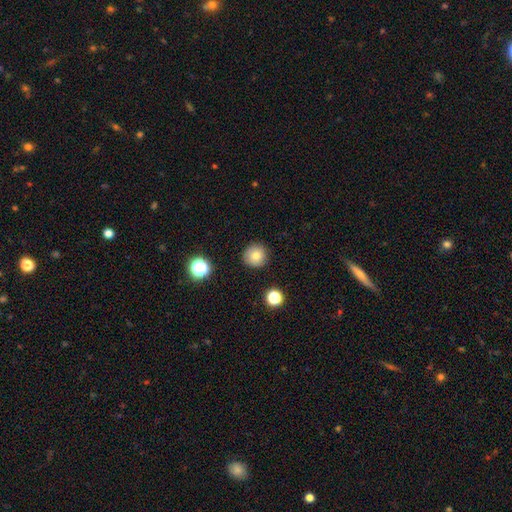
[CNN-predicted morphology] This is likely a smooth galaxy (77%). How rounded: clearly round (95%). Merging: clearly none (88%).